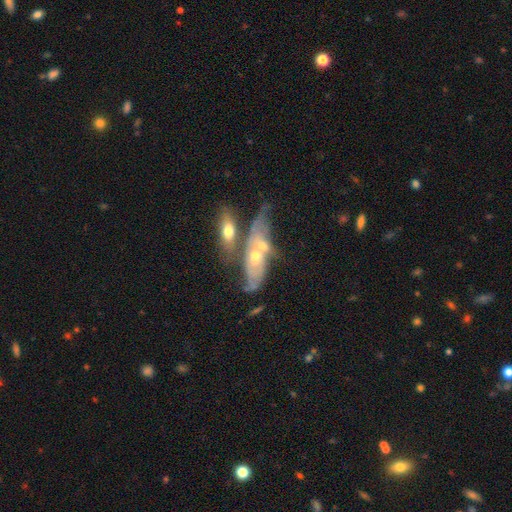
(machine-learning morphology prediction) The model was most divided on "merging": merger: 42%, none: 33%, minor disturbance: 16%, major disturbance: 9%. More confident: edge-on disk — no (75%); smooth or featured — featured or disk (67%).